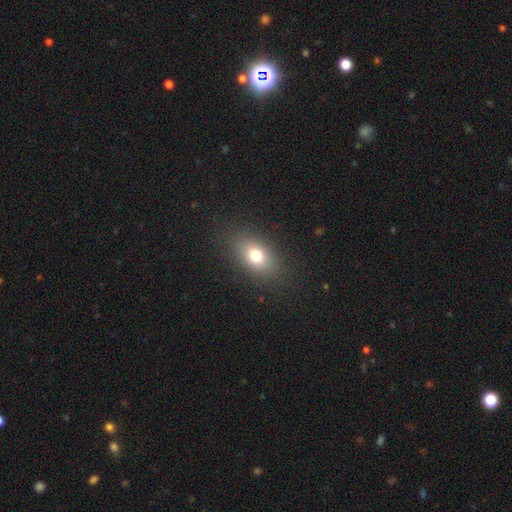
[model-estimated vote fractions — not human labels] Smooth or featured? smooth (75%)
How rounded? in between (78%)
Merging? none (85%)